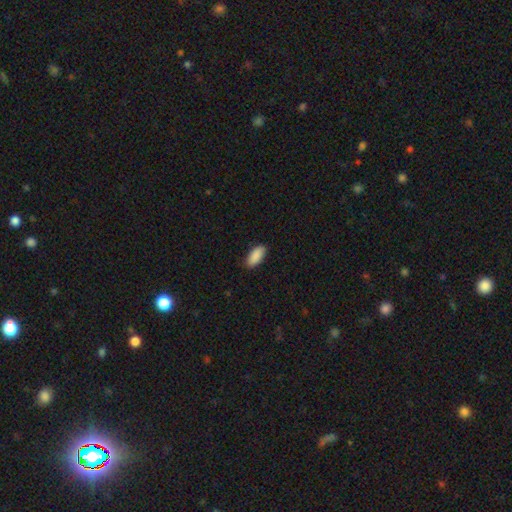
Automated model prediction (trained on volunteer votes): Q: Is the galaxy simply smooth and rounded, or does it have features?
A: smooth — 90%.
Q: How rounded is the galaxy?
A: in between — 87%.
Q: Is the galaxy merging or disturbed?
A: none — 87%.